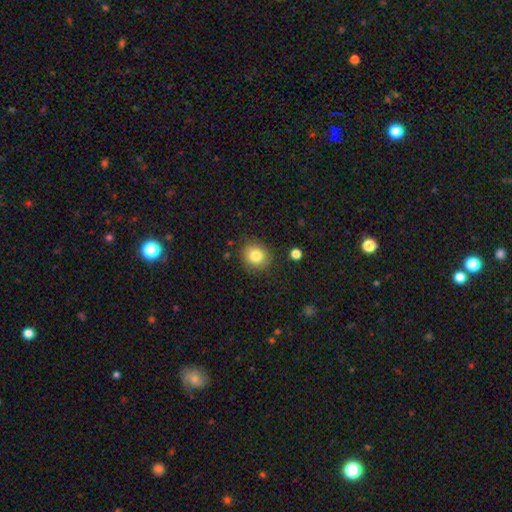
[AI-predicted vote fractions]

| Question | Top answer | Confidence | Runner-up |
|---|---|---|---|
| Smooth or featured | smooth | 82% | star or artifact (10%) |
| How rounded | round | 75% | in between (24%) |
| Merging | none | 87% | minor disturbance (9%) |